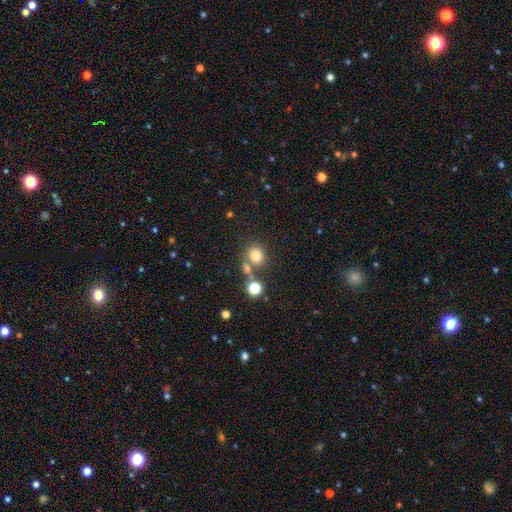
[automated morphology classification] A smooth galaxy with no disk features (77%) that is round (78%).

Vote fractions:
- Smooth or featured? smooth: 77% / star or artifact: 15% / featured or disk: 8%
- How rounded? round: 78% / in between: 21% / cigar-shaped: 1%
- Merging? none: 61% / merger: 24% / minor disturbance: 10% / major disturbance: 4%